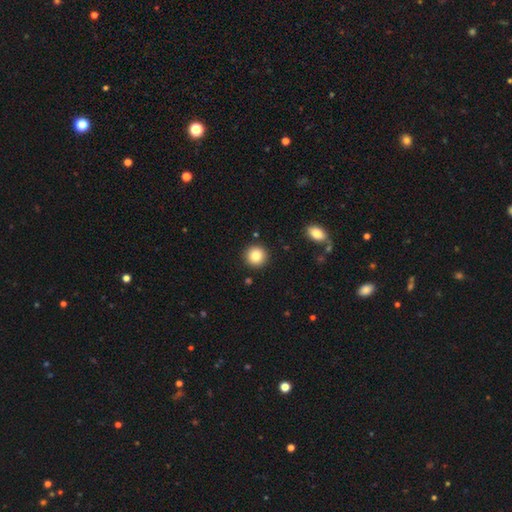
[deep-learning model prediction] smooth-or-featured: smooth: 84% | star or artifact: 10% | featured or disk: 7%
  how-rounded: round: 94% | in between: 5% | cigar-shaped: 1%
  merging: none: 91% | minor disturbance: 5% | major disturbance: 2% | merger: 2%